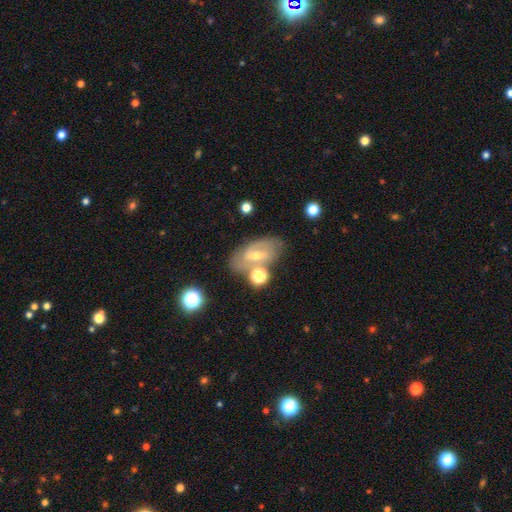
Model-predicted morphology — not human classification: Smooth or featured: featured or disk — 64% (smooth — 26%)
Edge-on disk: no — 91% (yes — 9%)
Bar: weak — 44% (strong — 31%)
Spiral arms: yes — 68% (no — 32%)
Bulge size: small — 54% (moderate — 41%)
Merging: none — 67% (minor disturbance — 16%)